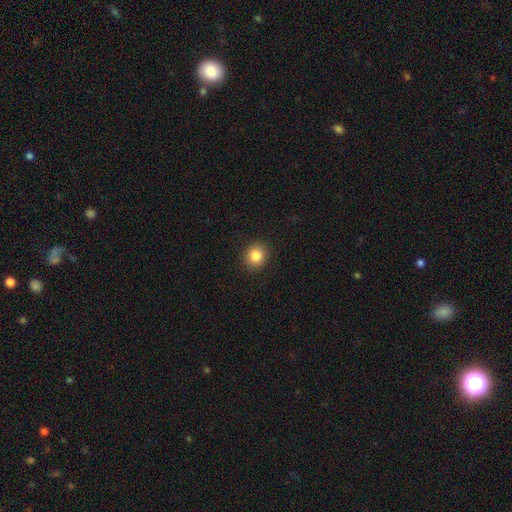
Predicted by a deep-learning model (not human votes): The model was most divided on "how rounded": round: 87%, in between: 12%, cigar-shaped: 1%. More confident: merging — none (91%); smooth or featured — smooth (85%).